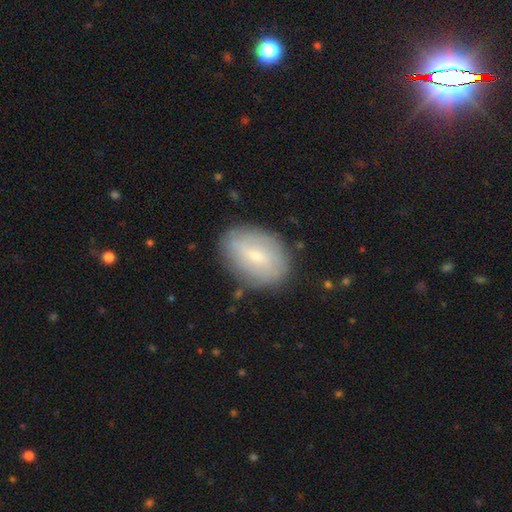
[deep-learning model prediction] Q: Smooth or featured?
A: smooth (52%); runner-up: featured or disk (40%)
Q: How rounded?
A: in between (82%); runner-up: round (16%)
Q: Merging?
A: none (80%); runner-up: minor disturbance (14%)